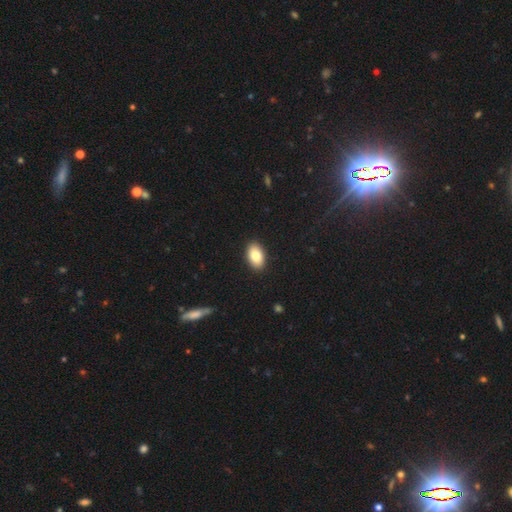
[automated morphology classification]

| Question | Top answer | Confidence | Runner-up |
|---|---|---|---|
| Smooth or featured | smooth | 82% | featured or disk (10%) |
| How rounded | in between | 92% | round (6%) |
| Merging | none | 91% | minor disturbance (7%) |